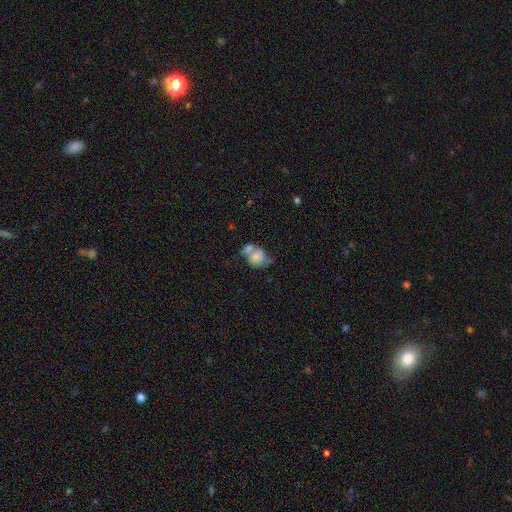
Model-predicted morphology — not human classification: This is possibly a smooth galaxy (53%). How rounded: possibly in between (50%). Merging: marginally merger (45%).